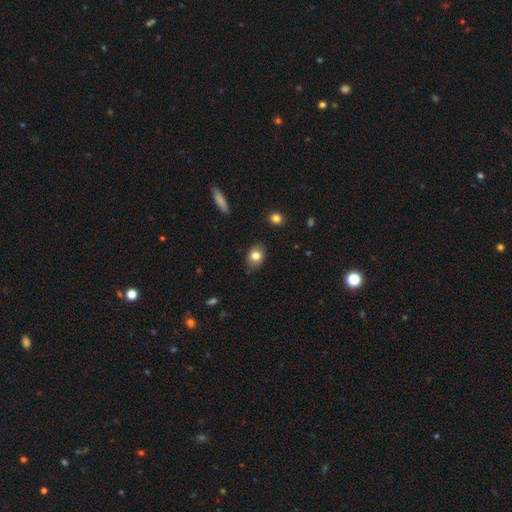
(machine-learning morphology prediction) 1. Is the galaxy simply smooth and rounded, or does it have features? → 81% smooth, 11% featured or disk, 9% star or artifact.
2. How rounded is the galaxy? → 66% in between, 33% round, 1% cigar-shaped.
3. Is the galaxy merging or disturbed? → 83% none, 14% minor disturbance, 2% major disturbance, 1% merger.